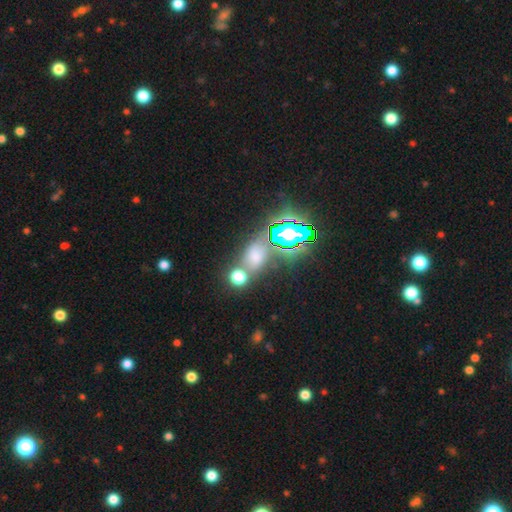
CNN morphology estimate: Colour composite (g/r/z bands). It shows a smooth galaxy with no disk features (50%). Merging: none (57%).